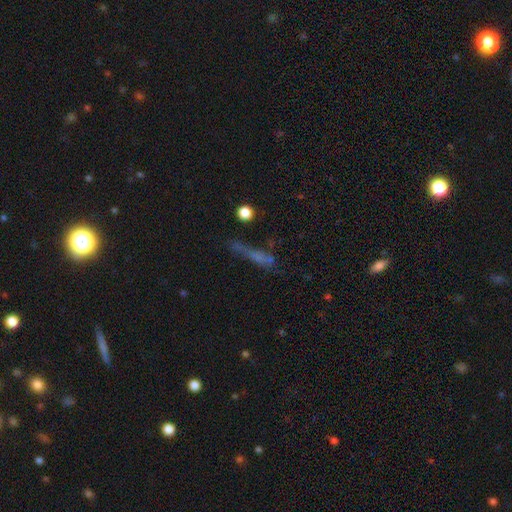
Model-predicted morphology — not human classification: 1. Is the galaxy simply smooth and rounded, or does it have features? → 44% smooth, 34% featured or disk, 23% star or artifact.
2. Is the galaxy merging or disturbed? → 54% none, 21% minor disturbance, 17% major disturbance, 9% merger.